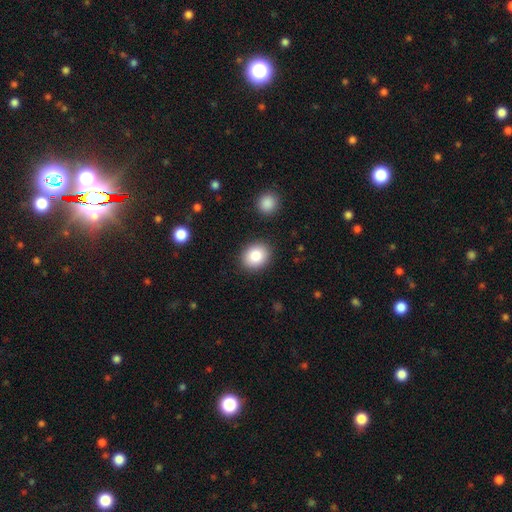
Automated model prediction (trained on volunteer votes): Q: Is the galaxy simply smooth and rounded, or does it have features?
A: smooth — 83%.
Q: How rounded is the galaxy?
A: round — 58%.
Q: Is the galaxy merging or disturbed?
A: none — 89%.